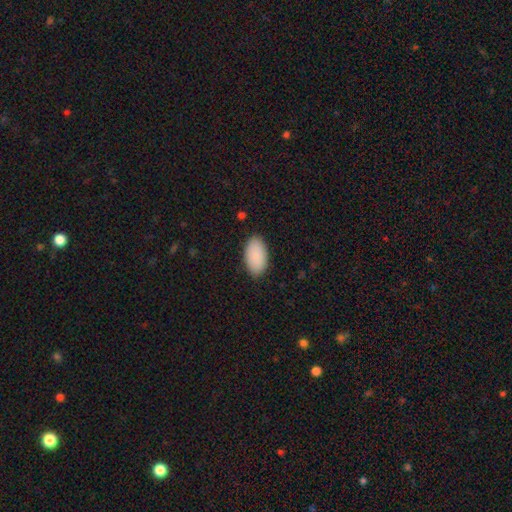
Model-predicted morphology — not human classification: Q: Smooth or featured?
A: smooth (91%); runner-up: star or artifact (6%)
Q: How rounded?
A: in between (96%); runner-up: round (3%)
Q: Merging?
A: none (88%); runner-up: minor disturbance (9%)